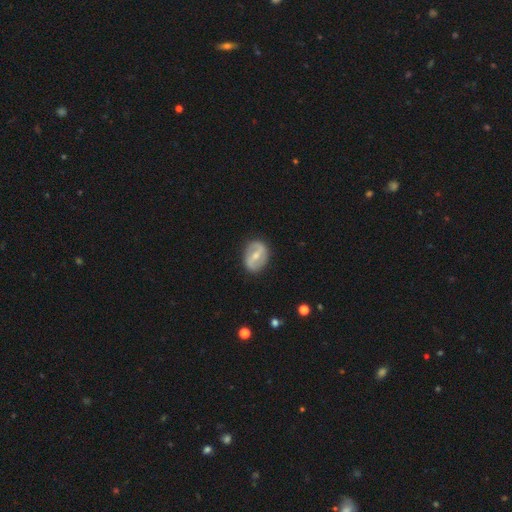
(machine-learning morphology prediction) smooth_or_featured: featured or disk (p=0.70) [alt: smooth p=0.25]
disk_edge_on: no (p=0.95) [alt: yes p=0.05]
bar: strong (p=0.52) [alt: weak p=0.35]
has_spiral_arms: yes (p=0.61) [alt: no p=0.39]
bulge_size: moderate (p=0.53) [alt: small p=0.42]
merging: none (p=0.84) [alt: minor disturbance p=0.12]